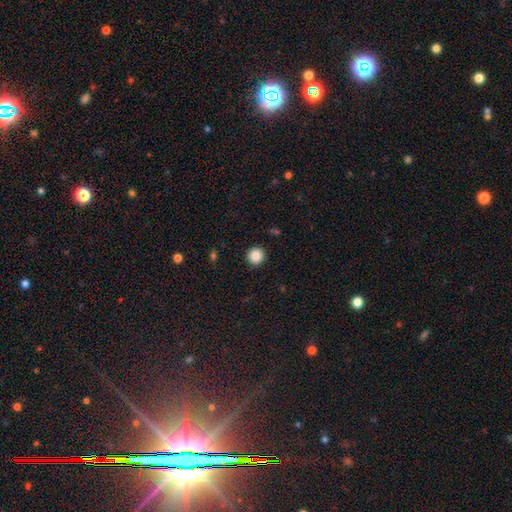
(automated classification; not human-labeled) smooth_or_featured: smooth (p=0.87) [alt: star or artifact p=0.10]
how_rounded: round (p=0.95) [alt: in between p=0.04]
merging: none (p=0.92) [alt: minor disturbance p=0.05]